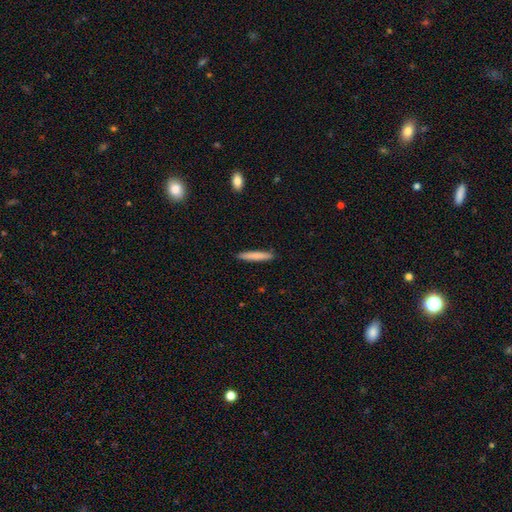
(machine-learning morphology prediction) smooth_or_featured: smooth (p=0.79) [alt: featured or disk p=0.15]
how_rounded: cigar-shaped (p=0.94) [alt: in between p=0.05]
merging: none (p=0.91) [alt: minor disturbance p=0.07]